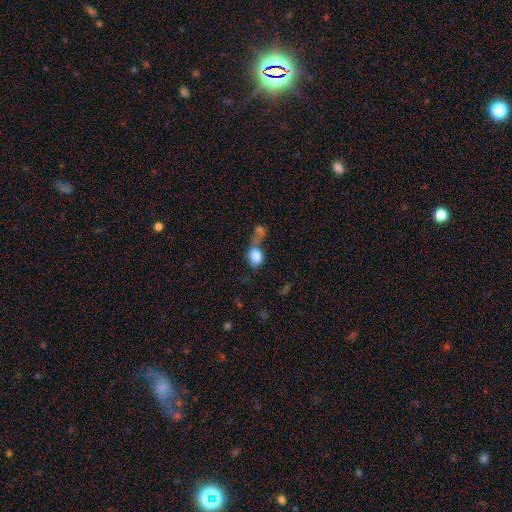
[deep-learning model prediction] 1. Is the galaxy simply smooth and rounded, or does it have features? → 80% smooth, 11% featured or disk, 9% star or artifact.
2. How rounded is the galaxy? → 55% in between, 43% round, 2% cigar-shaped.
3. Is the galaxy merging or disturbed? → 49% merger, 24% none, 14% major disturbance, 13% minor disturbance.